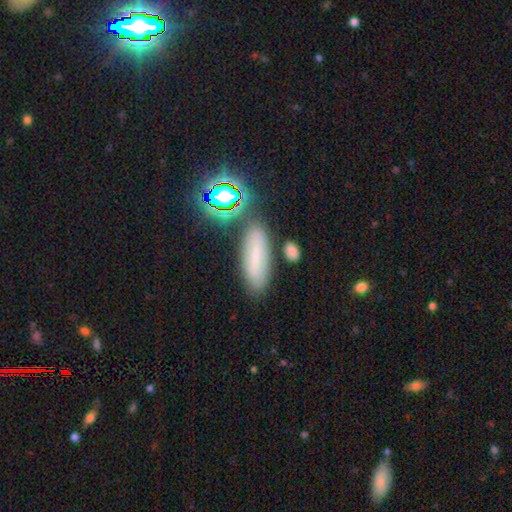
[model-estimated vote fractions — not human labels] Smooth or featured?
  - smooth: 54% *
  - featured or disk: 25%
  - star or artifact: 21%
How rounded?
  - in between: 57% *
  - cigar-shaped: 38%
  - round: 5%
Merging?
  - none: 75% *
  - minor disturbance: 13%
  - merger: 7%
  - major disturbance: 4%